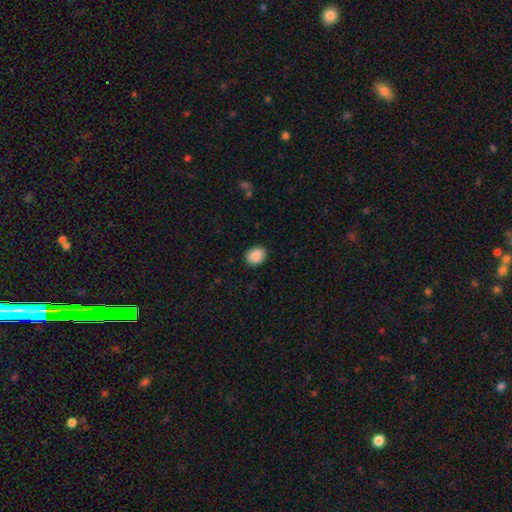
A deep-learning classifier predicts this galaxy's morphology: smooth-or-featured: smooth: 89% | star or artifact: 8% | featured or disk: 3%
  how-rounded: in between: 54% | round: 45% | cigar-shaped: 1%
  merging: none: 88% | minor disturbance: 9% | major disturbance: 2% | merger: 1%